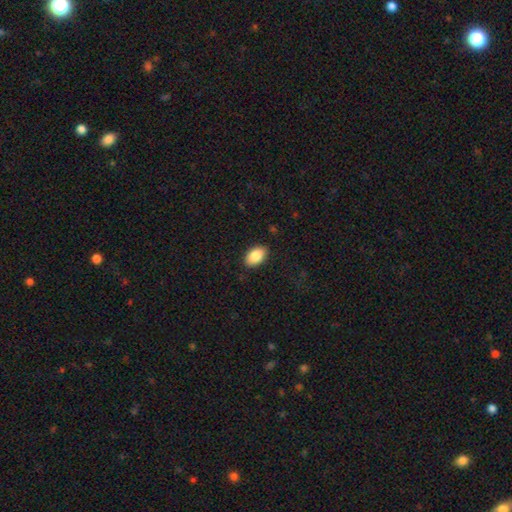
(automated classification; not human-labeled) This is clearly a smooth galaxy (86%). How rounded: clearly in between (92%). Merging: clearly none (88%).